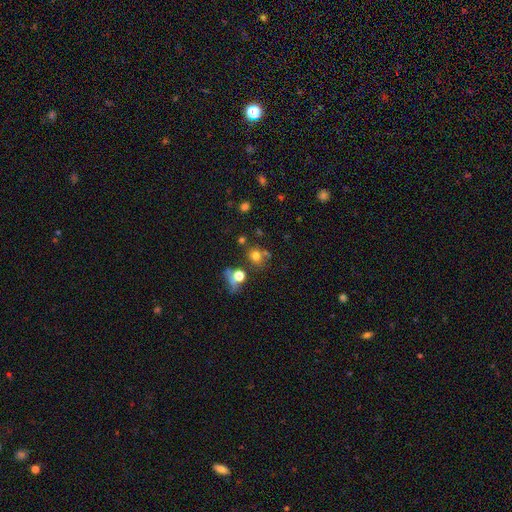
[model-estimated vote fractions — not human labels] A smooth galaxy with no disk features (69%) that is round (79%).

Vote fractions:
- Smooth or featured? smooth: 69% / star or artifact: 20% / featured or disk: 10%
- How rounded? round: 79% / in between: 20% / cigar-shaped: 1%
- Merging? none: 62% / merger: 20% / minor disturbance: 12% / major disturbance: 6%